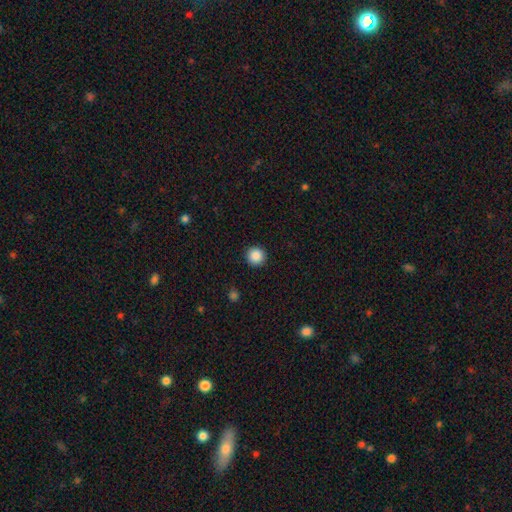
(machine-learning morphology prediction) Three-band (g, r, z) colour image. It shows a smooth galaxy with no disk features (87%) that is round (96%). Merging: none (93%).